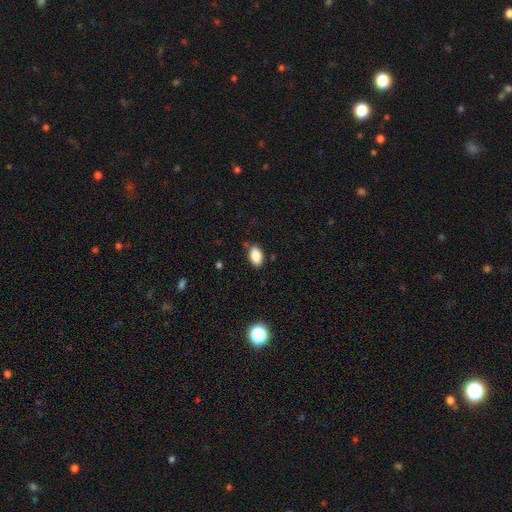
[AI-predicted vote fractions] Smooth or featured: smooth — 85% (star or artifact — 9%)
How rounded: in between — 90% (round — 8%)
Merging: none — 78% (minor disturbance — 17%)